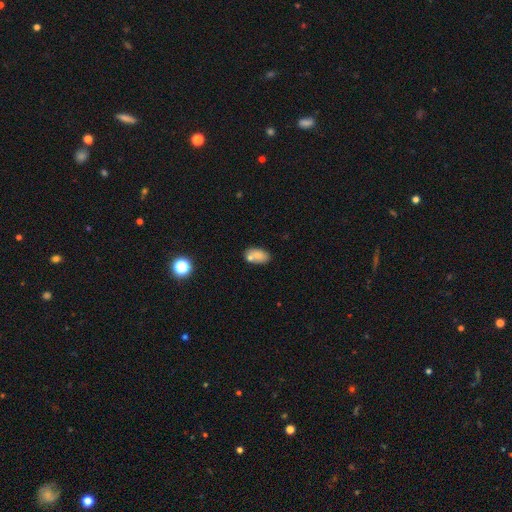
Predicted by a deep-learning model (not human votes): Smooth or featured? Predicted: smooth (p=0.75). How rounded? Predicted: in between (p=0.90). Merging? Predicted: none (p=0.61).